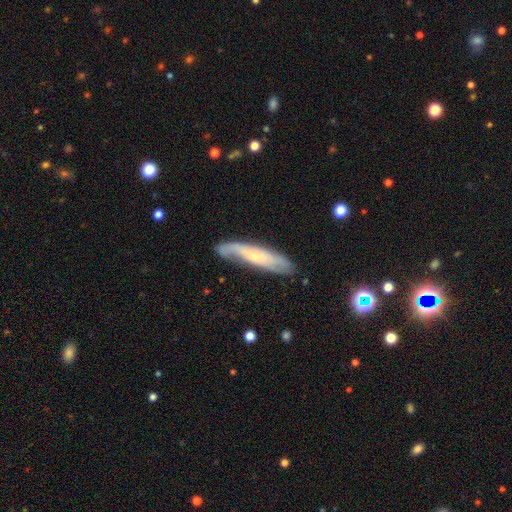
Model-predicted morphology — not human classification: A featured or disk galaxy (52%).

Vote fractions:
- Smooth or featured? featured or disk: 52% / smooth: 41% / star or artifact: 7%
- Edge-on disk? no: 51% / yes: 49%
- Merging? none: 71% / minor disturbance: 21% / major disturbance: 6% / merger: 2%